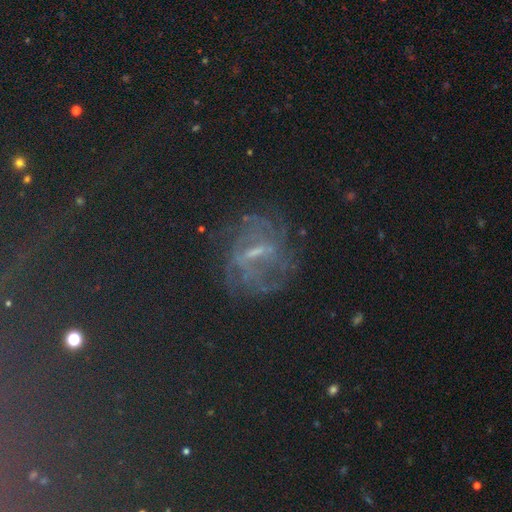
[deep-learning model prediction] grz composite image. It shows a star or artifact, not a galaxy (55%).